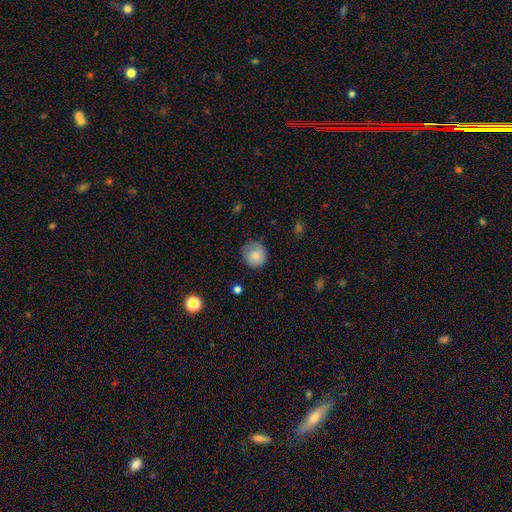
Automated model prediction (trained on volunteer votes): Smooth or featured?
  - smooth: 81% *
  - featured or disk: 11%
  - star or artifact: 8%
How rounded?
  - round: 87% *
  - in between: 12%
  - cigar-shaped: 1%
Merging?
  - none: 68% *
  - minor disturbance: 24%
  - major disturbance: 7%
  - merger: 1%